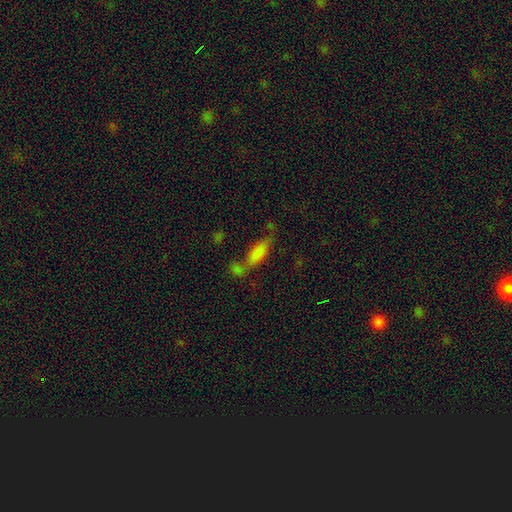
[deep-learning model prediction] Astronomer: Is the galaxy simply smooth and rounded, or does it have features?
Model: smooth — 76%.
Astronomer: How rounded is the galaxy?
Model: in between — 60% (runner-up: cigar-shaped, 37%).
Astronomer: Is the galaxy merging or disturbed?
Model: none — 37% (runner-up: merger, 36%).